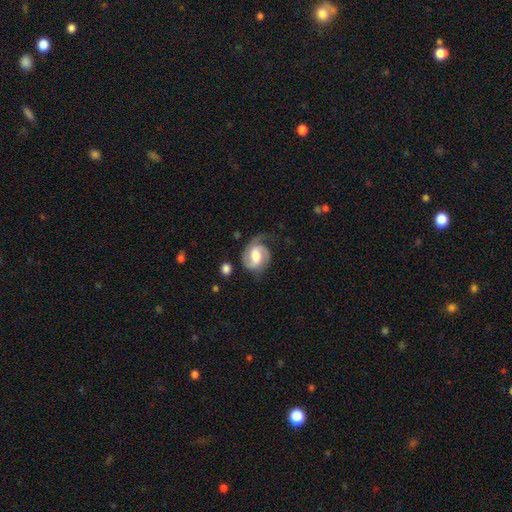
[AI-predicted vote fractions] The model was most divided on "spiral winding": medium: 48%, tight: 36%, loose: 16%. Remaining: edge-on disk — no (98%); spiral arms — yes (96%); spiral arm count — 2 (84%); smooth or featured — featured or disk (81%); merging — none (59%); bar — weak (49%); bulge size — moderate (49%).